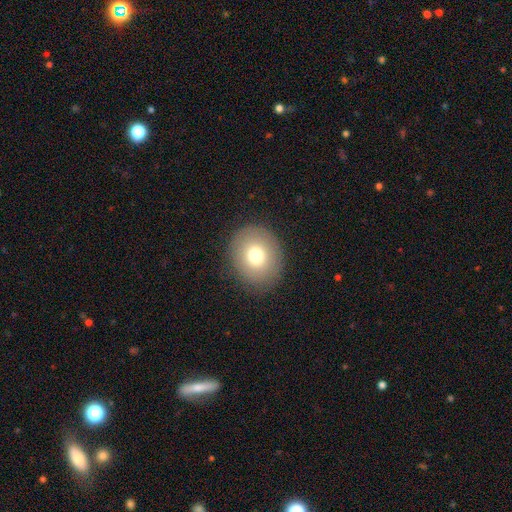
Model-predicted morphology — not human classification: smooth_or_featured: smooth (p=0.74) [alt: featured or disk p=0.14]
how_rounded: round (p=0.70) [alt: in between p=0.30]
merging: none (p=0.88) [alt: minor disturbance p=0.08]